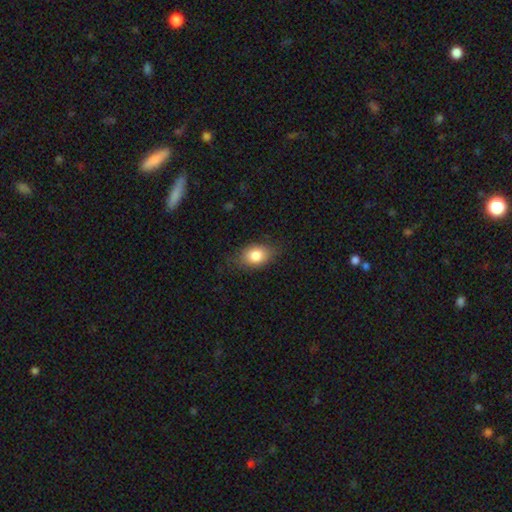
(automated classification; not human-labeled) A smooth galaxy with no disk features (83%) that is in between round and cigar-shaped (74%). Merging: none (77%).